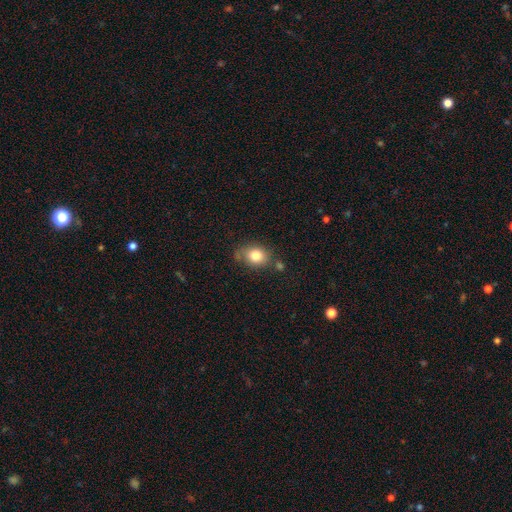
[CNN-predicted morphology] type=smooth (80%); roundness=in between (58%); merging=none (65%).